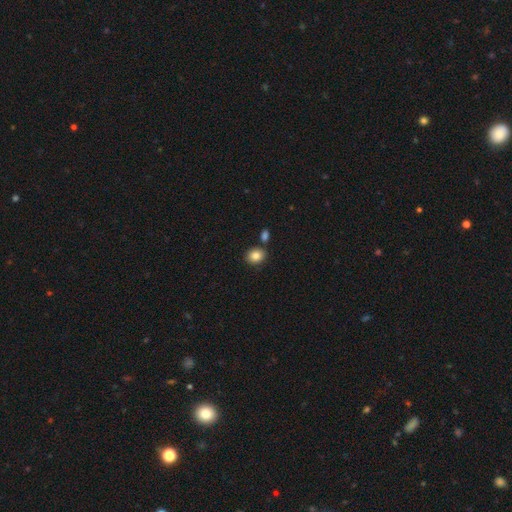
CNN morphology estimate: A smooth galaxy with no disk features (85%) that is round (51%). Merging: none (78%).